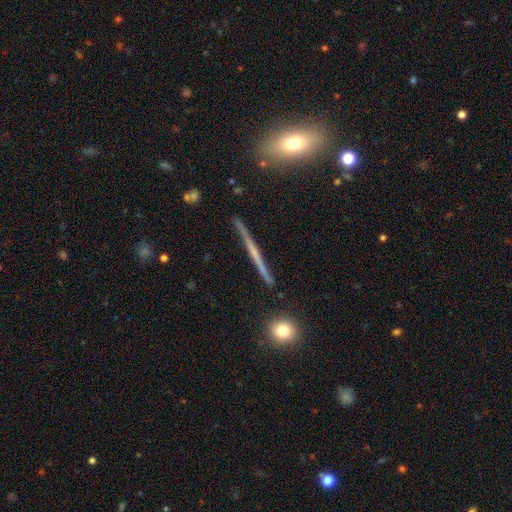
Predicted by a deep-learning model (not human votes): This appears to be a featured or disk galaxy (69%) viewed edge-on (97%) with no central bulge (66%). Merging: none (91%).